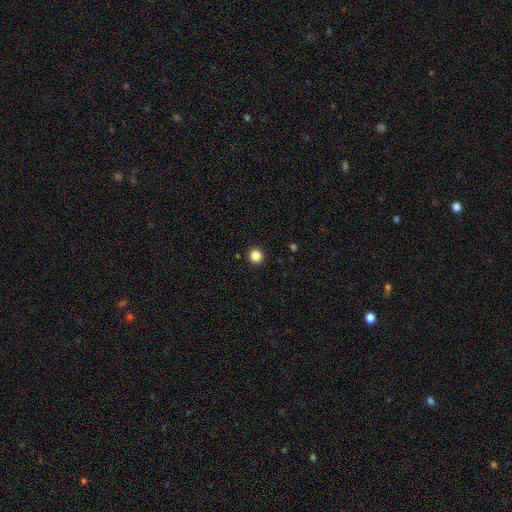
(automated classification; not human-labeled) Smooth or featured? Predicted: smooth (p=0.85). How rounded? Predicted: round (p=0.95). Merging? Predicted: none (p=0.93).